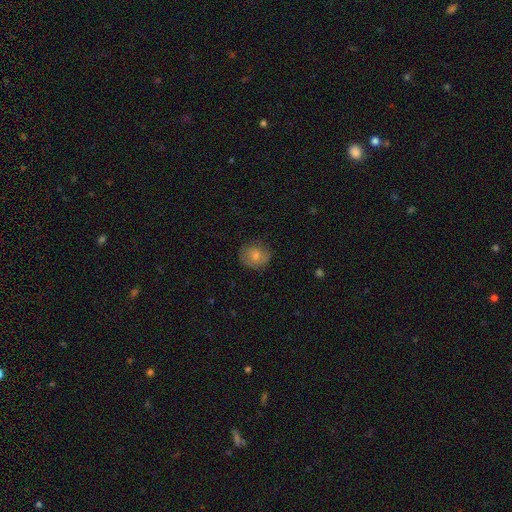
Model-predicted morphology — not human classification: A smooth galaxy with no disk features (77%) that is round (72%). Merging: none (75%).